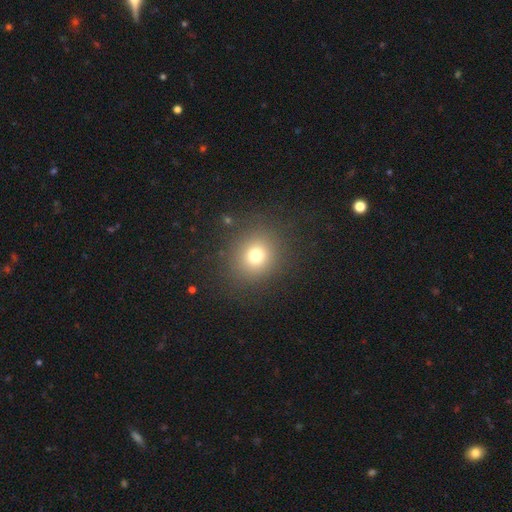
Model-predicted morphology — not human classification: Smooth or featured? Predicted: smooth (p=0.73). How rounded? Predicted: round (p=0.86). Merging? Predicted: none (p=0.86).